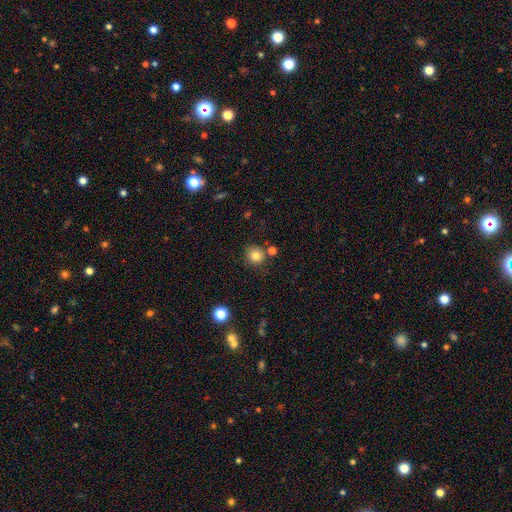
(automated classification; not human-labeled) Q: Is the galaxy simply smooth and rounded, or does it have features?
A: smooth — 82%.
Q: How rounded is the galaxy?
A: round — 88%.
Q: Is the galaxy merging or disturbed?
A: none — 77%.